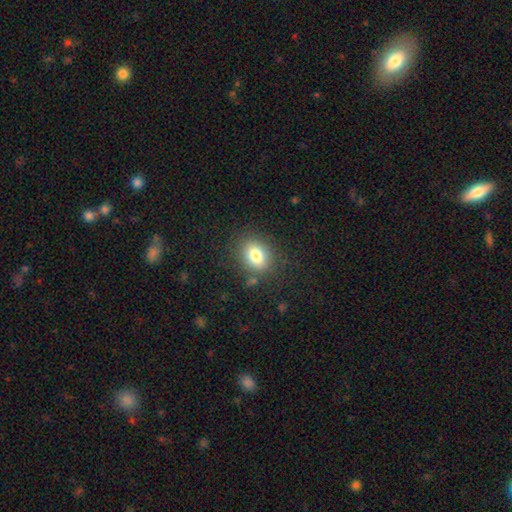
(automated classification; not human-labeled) A smooth galaxy with no disk features (79%) that is in between round and cigar-shaped (59%).

Vote fractions:
- Smooth or featured? smooth: 79% / star or artifact: 11% / featured or disk: 10%
- How rounded? in between: 59% / round: 40% / cigar-shaped: 1%
- Merging? none: 82% / minor disturbance: 11% / major disturbance: 4% / merger: 3%